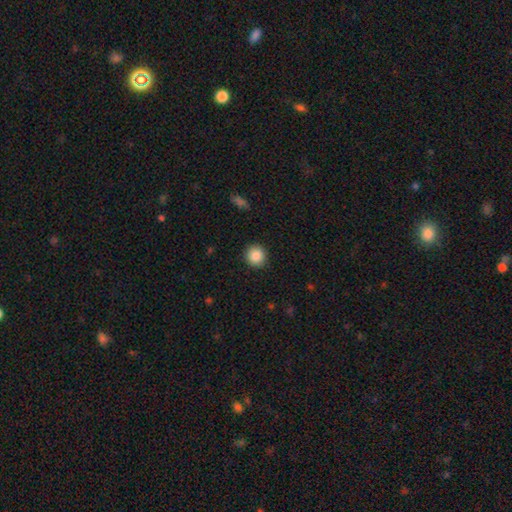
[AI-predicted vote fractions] This appears to be a smooth galaxy with no disk features (87%) that is round (93%). Merging: none (91%).